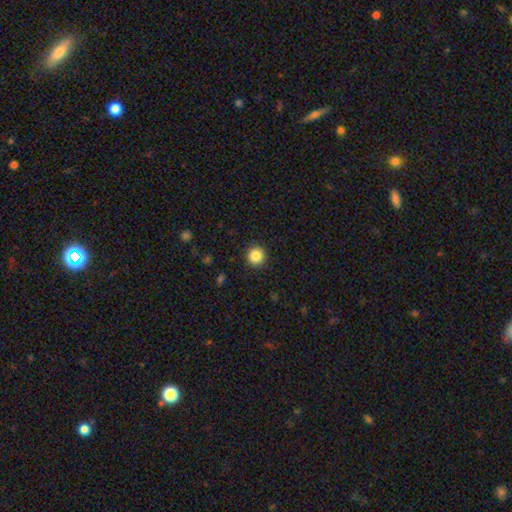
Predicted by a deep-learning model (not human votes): smooth_or_featured: smooth (p=0.86) [alt: star or artifact p=0.10]
how_rounded: round (p=0.95) [alt: in between p=0.04]
merging: none (p=0.92) [alt: minor disturbance p=0.05]